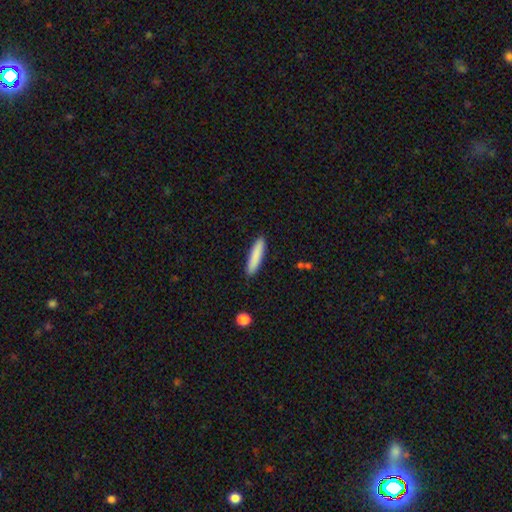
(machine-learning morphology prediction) smooth 85%, featured or disk 9%, star or artifact 6%. Down the decision tree: how rounded — cigar-shaped (86%); merging — none (90%).